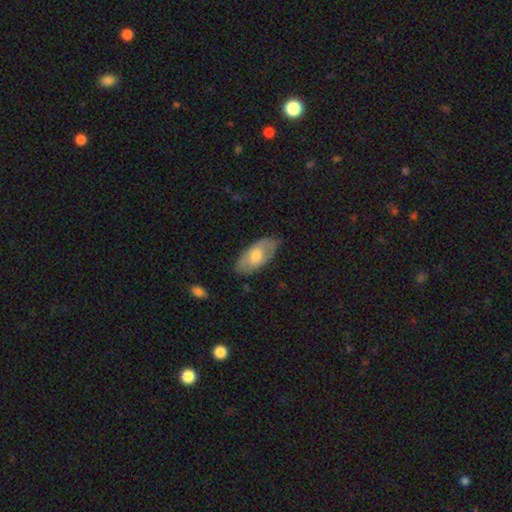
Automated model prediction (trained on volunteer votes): Smooth or featured? Predicted: smooth (p=0.60). How rounded? Predicted: in between (p=0.92). Merging? Predicted: none (p=0.74).